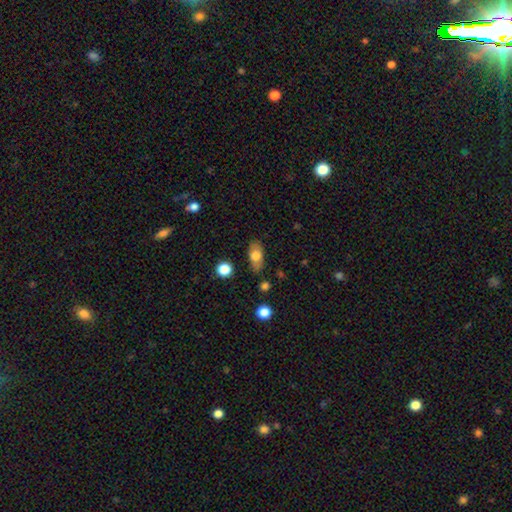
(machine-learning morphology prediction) A smooth galaxy with no disk features (75%) that is in between round and cigar-shaped (86%).

Vote fractions:
- Smooth or featured? smooth: 75% / featured or disk: 18% / star or artifact: 8%
- How rounded? in between: 86% / round: 7% / cigar-shaped: 7%
- Merging? none: 78% / minor disturbance: 16% / major disturbance: 4% / merger: 3%